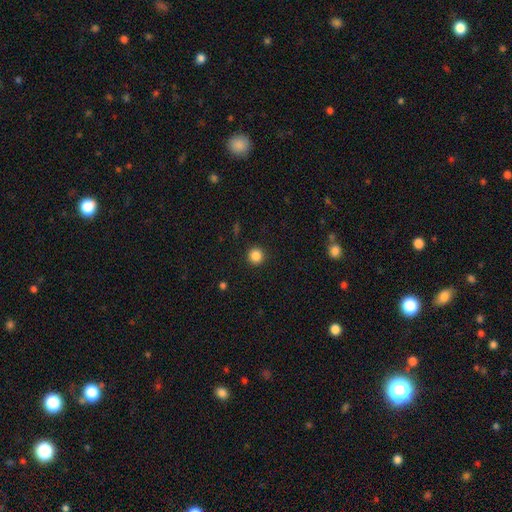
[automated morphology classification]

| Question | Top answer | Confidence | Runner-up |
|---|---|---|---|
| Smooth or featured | smooth | 86% | star or artifact (11%) |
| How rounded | round | 95% | in between (4%) |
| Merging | none | 93% | minor disturbance (5%) |